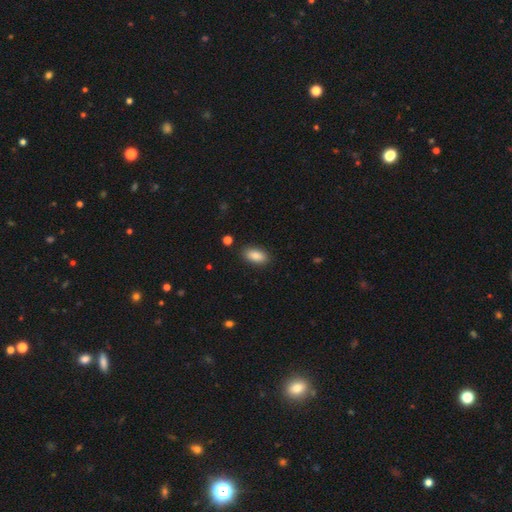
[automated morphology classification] This is clearly a smooth galaxy (88%). How rounded: clearly in between (91%). Merging: clearly none (88%).